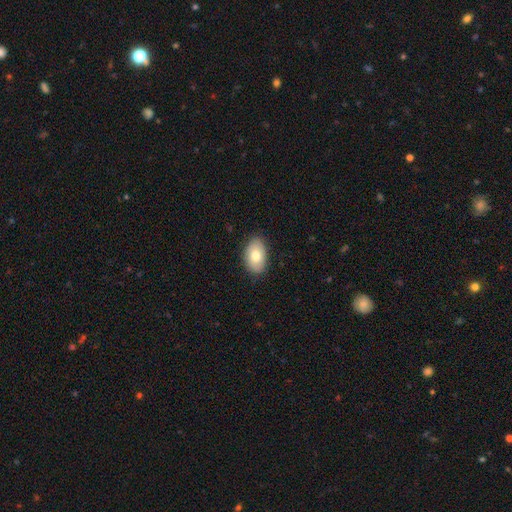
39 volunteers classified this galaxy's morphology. This appears to be a smooth galaxy with no disk features (77%) that is in between round and cigar-shaped (100%). Merging: none (79%).